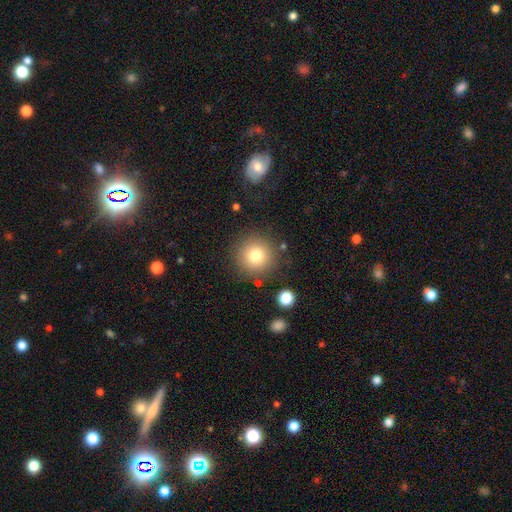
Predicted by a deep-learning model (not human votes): Morphology: type=smooth (79%); roundness=round (95%); merging=none (85%).